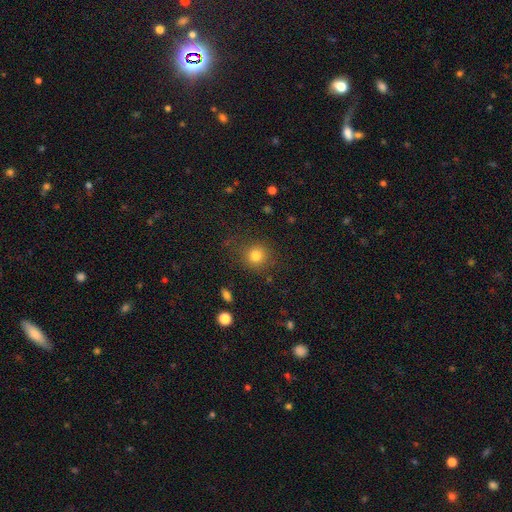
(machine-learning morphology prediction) A smooth galaxy with no disk features (81%) that is round (90%). Merging: none (82%).